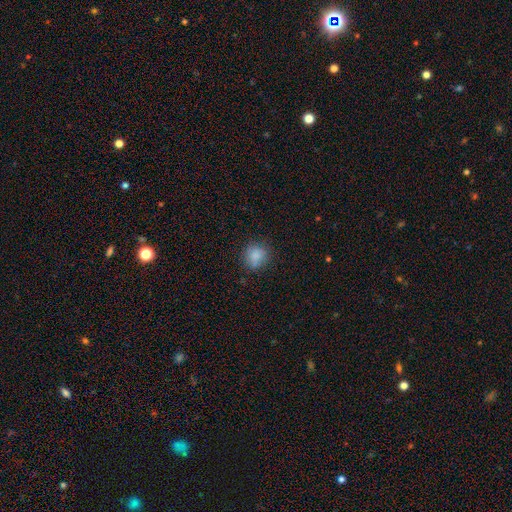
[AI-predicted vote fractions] A smooth galaxy with no disk features (81%) that is round (80%).

Vote fractions:
- Smooth or featured? smooth: 81% / star or artifact: 11% / featured or disk: 8%
- How rounded? round: 80% / in between: 19% / cigar-shaped: 1%
- Merging? none: 75% / minor disturbance: 17% / major disturbance: 5% / merger: 3%